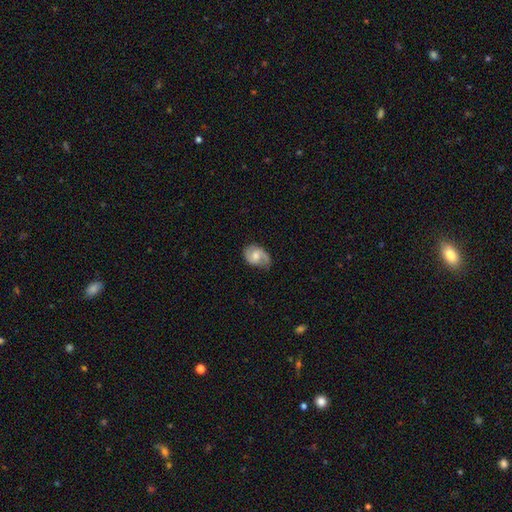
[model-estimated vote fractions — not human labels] Morphology: type=featured or disk (59%); edge-on=no (97%); bar=no (48%); spiral arms=yes (89%); winding=medium (44%); arm count=2 (71%); bulge=moderate (59%); merging=none (59%).